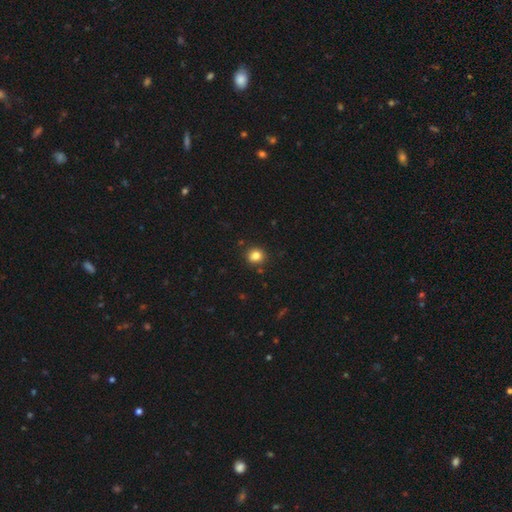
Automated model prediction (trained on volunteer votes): Q: Smooth or featured?
A: smooth (83%); runner-up: star or artifact (12%)
Q: How rounded?
A: round (83%); runner-up: in between (17%)
Q: Merging?
A: none (89%); runner-up: minor disturbance (7%)